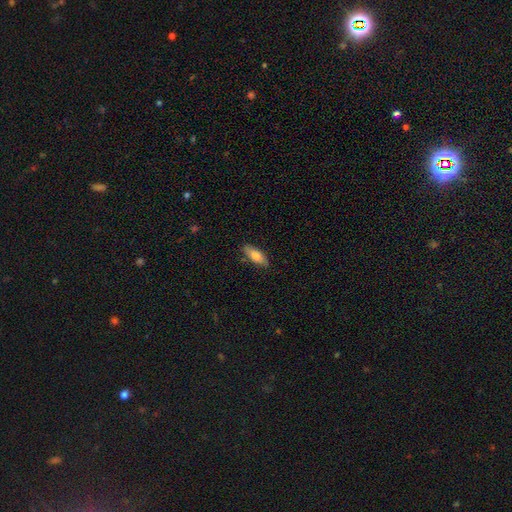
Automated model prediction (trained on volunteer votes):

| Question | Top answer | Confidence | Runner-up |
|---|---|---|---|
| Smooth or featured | smooth | 75% | featured or disk (19%) |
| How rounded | in between | 73% | cigar-shaped (25%) |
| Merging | none | 84% | minor disturbance (12%) |